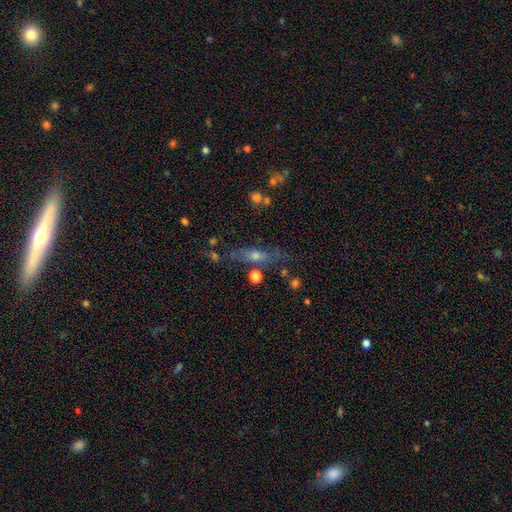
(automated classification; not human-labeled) smooth_or_featured: featured or disk (p=0.44) [alt: smooth p=0.41]
merging: none (p=0.68) [alt: minor disturbance p=0.17]